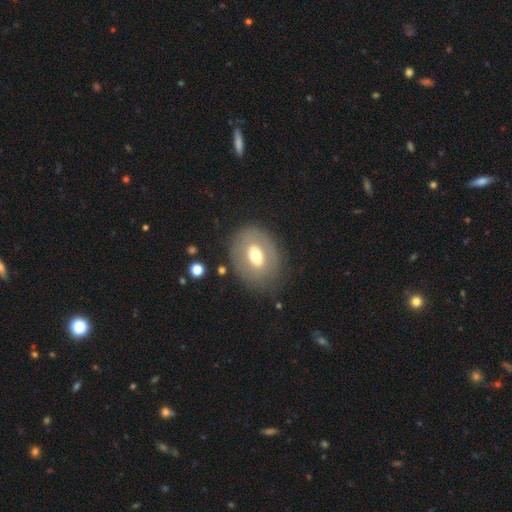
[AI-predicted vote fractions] This appears to be a smooth galaxy with no disk features (47%). Merging: none (76%).